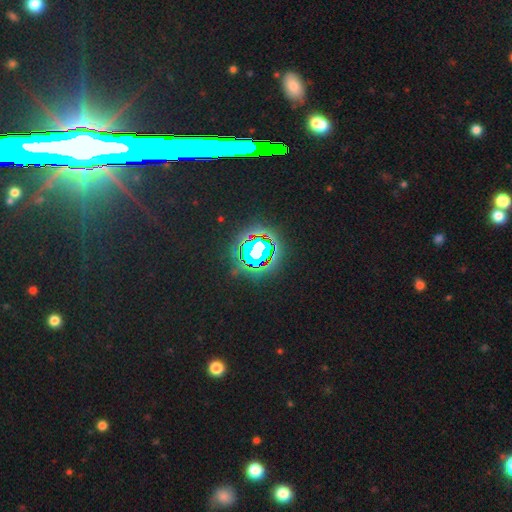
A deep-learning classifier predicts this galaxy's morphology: smooth_or_featured: star or artifact (p=0.80) [alt: featured or disk p=0.10]